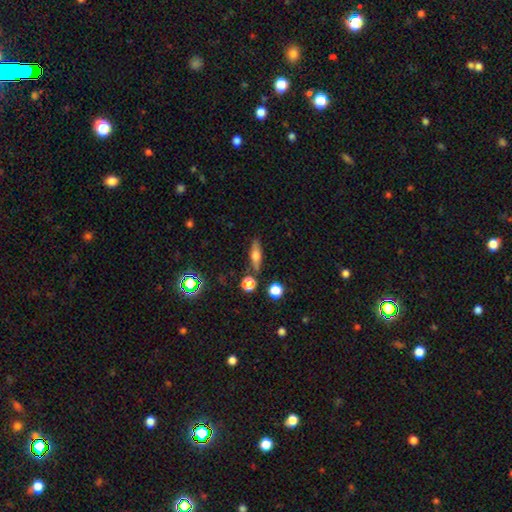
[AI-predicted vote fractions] smooth 52%, featured or disk 37%, star or artifact 10%. Down the decision tree: how rounded — cigar-shaped (51%); merging — none (80%).